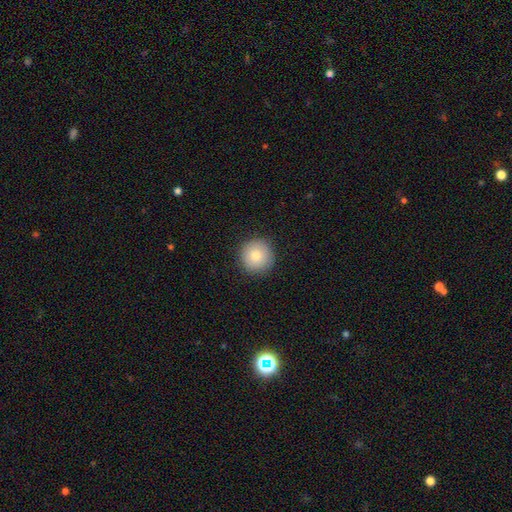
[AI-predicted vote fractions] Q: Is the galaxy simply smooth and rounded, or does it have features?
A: smooth — 78%.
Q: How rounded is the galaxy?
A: round — 96%.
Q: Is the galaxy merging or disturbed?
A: none — 89%.